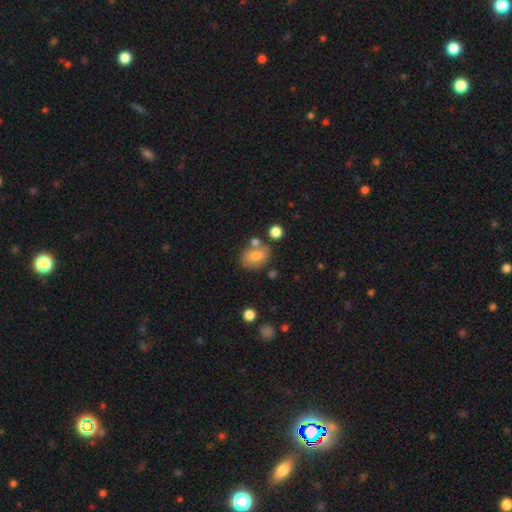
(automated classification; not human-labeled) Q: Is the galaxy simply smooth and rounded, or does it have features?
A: smooth — 73%.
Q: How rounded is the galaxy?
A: in between — 66%.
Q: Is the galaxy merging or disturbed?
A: none — 63%.